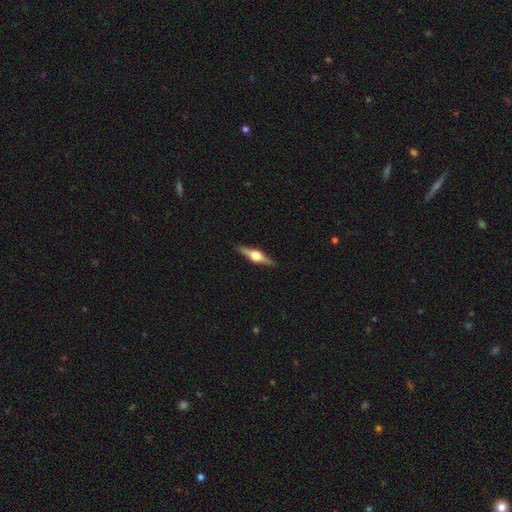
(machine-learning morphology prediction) Smooth or featured? featured or disk (77%)
Edge-on disk? yes (98%)
Edge-on bulge? rounded (94%)
Merging? none (90%)